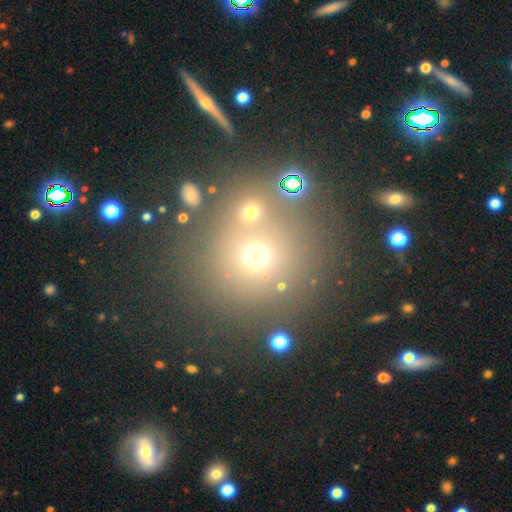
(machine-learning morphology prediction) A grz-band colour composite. It shows a smooth galaxy with no disk features (57%) that is round (92%). Merging: none (73%).